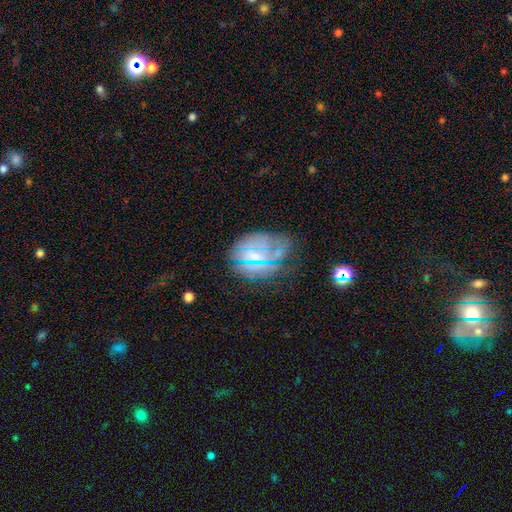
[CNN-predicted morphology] Smooth or featured: featured or disk — 38% (smooth — 35%)
Merging: none — 58% (minor disturbance — 25%)